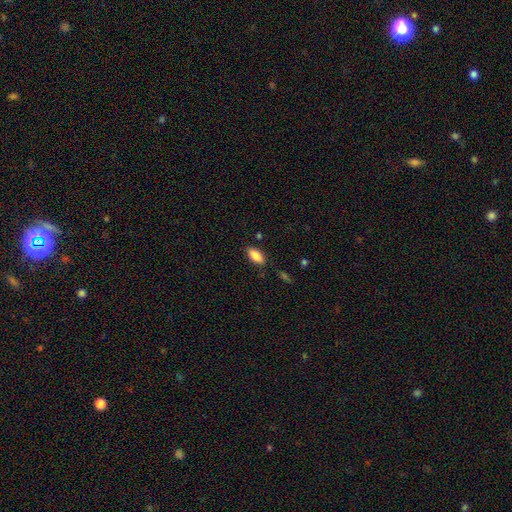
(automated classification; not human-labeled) Morphology: type=smooth (87%); roundness=in between (89%); merging=none (84%).